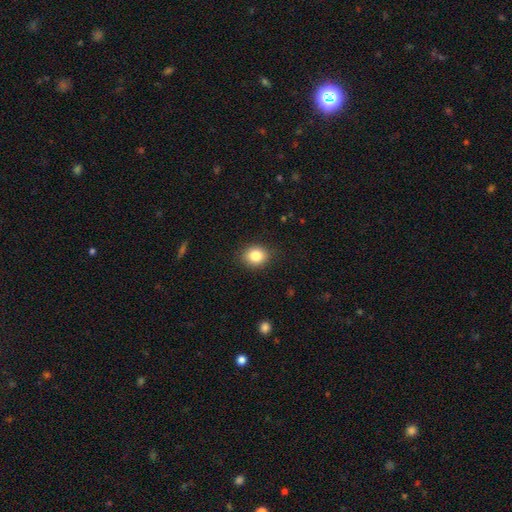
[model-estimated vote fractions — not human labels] Q: Smooth or featured?
A: smooth (83%); runner-up: star or artifact (10%)
Q: How rounded?
A: round (65%); runner-up: in between (34%)
Q: Merging?
A: none (88%); runner-up: minor disturbance (9%)